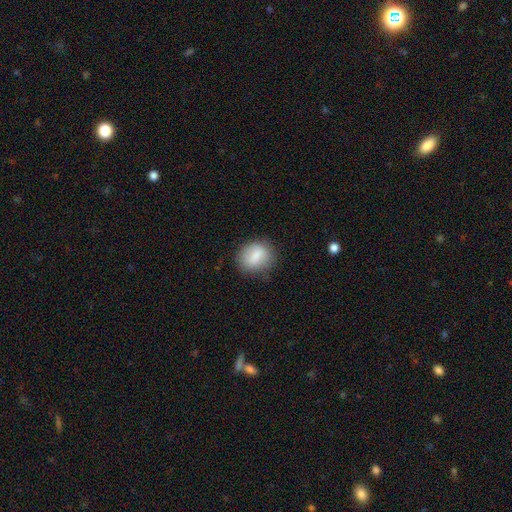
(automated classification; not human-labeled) Overall: smooth (78%). How rounded: round (55%; in between 44%). Merging: none (77%).